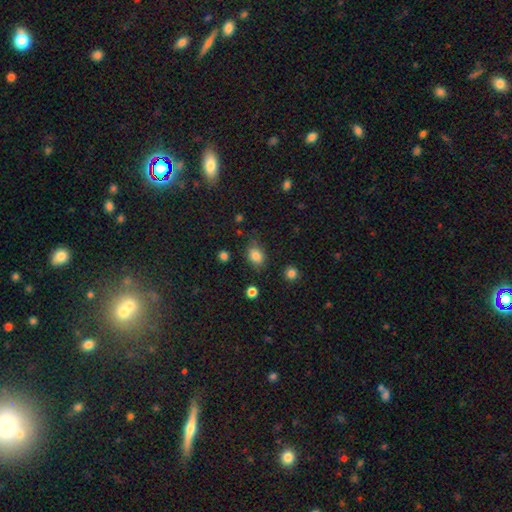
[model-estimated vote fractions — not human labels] Smooth or featured? Predicted: smooth (p=0.82). How rounded? Predicted: in between (p=0.62). Merging? Predicted: none (p=0.73).